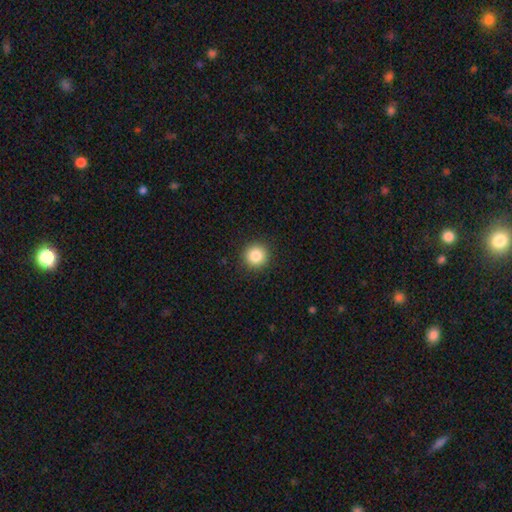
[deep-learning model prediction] Smooth or featured?
  - smooth: 85% *
  - star or artifact: 10%
  - featured or disk: 5%
How rounded?
  - round: 94% *
  - in between: 5%
  - cigar-shaped: 1%
Merging?
  - none: 92% *
  - minor disturbance: 5%
  - major disturbance: 2%
  - merger: 1%